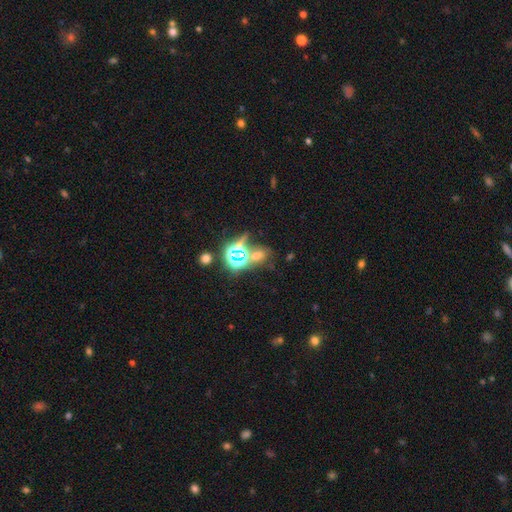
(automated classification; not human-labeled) star or artifact 59%, smooth 28%, featured or disk 12%.